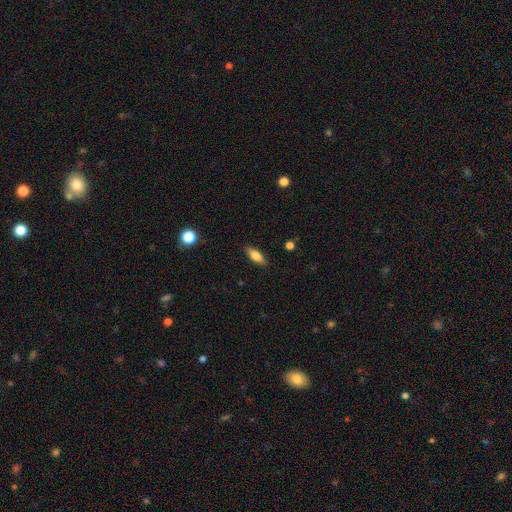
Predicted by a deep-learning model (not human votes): A smooth galaxy with no disk features (69%) that is in between round and cigar-shaped (66%).

Vote fractions:
- Smooth or featured? smooth: 69% / featured or disk: 24% / star or artifact: 7%
- How rounded? in between: 66% / cigar-shaped: 31% / round: 3%
- Merging? none: 87% / minor disturbance: 10% / major disturbance: 2% / merger: 1%